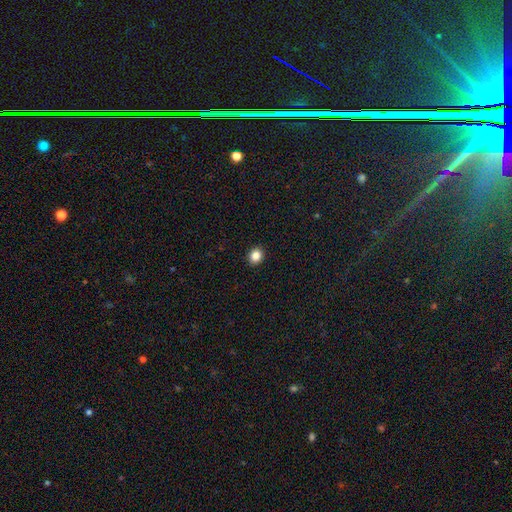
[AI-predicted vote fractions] Q: Smooth or featured?
A: smooth (85%); runner-up: star or artifact (11%)
Q: How rounded?
A: round (69%); runner-up: in between (30%)
Q: Merging?
A: none (92%); runner-up: minor disturbance (5%)